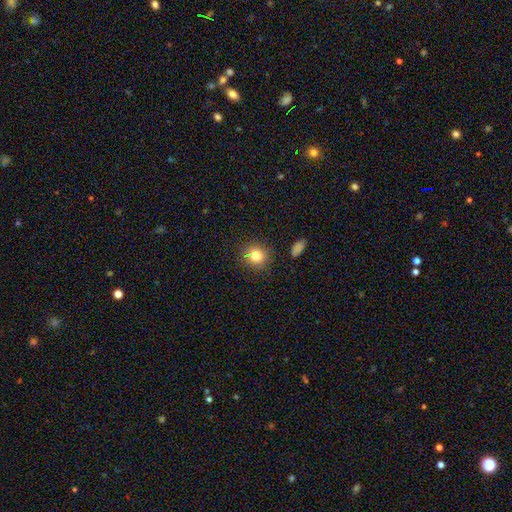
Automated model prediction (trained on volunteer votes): Smooth or featured: smooth — 78% (star or artifact — 13%)
How rounded: round — 84% (in between — 15%)
Merging: none — 81% (minor disturbance — 11%)